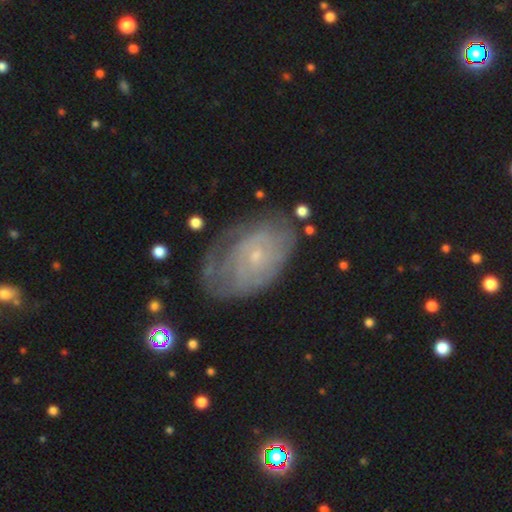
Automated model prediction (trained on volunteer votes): Smooth or featured? Predicted: featured or disk (p=0.69). Edge-on disk? Predicted: no (p=0.95). Bar? Predicted: no (p=0.79). Spiral arms? Predicted: yes (p=0.76). Bulge size? Predicted: small (p=0.84). Merging? Predicted: none (p=0.57).